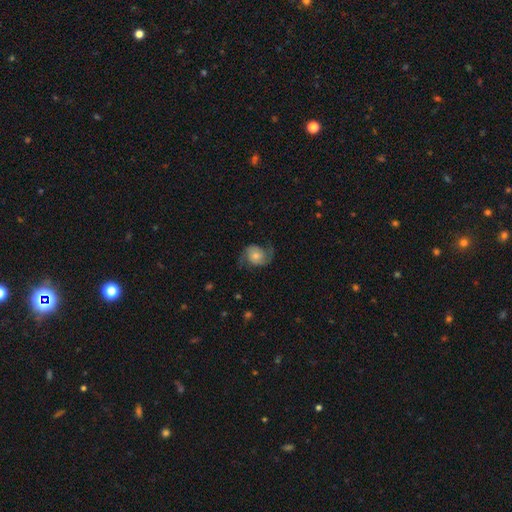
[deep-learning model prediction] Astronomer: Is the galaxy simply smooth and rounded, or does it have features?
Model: featured or disk — 69%.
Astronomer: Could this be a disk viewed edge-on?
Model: no — 98%.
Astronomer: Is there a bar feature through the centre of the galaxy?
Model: no — 73%.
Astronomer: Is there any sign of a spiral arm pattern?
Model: yes — 93%.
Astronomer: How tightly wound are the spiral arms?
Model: loose — 45% (runner-up: medium, 41%).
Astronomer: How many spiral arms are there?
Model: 2 — 90%.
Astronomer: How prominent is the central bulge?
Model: small — 45% (runner-up: moderate, 42%).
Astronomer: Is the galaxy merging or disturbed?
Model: none — 67%.